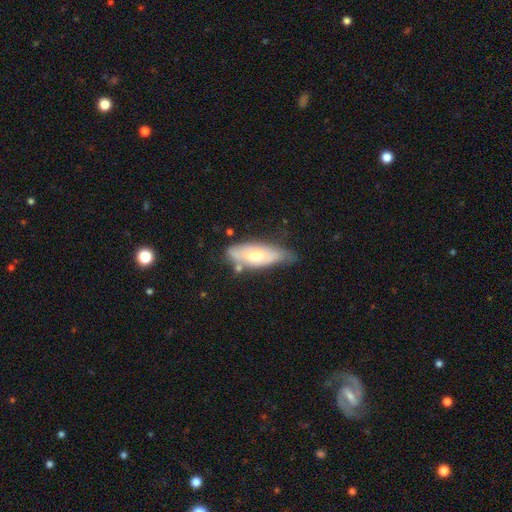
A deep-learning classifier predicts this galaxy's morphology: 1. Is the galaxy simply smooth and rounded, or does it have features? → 49% smooth, 46% featured or disk, 6% star or artifact.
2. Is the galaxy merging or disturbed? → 48% none, 35% minor disturbance, 9% major disturbance, 7% merger.